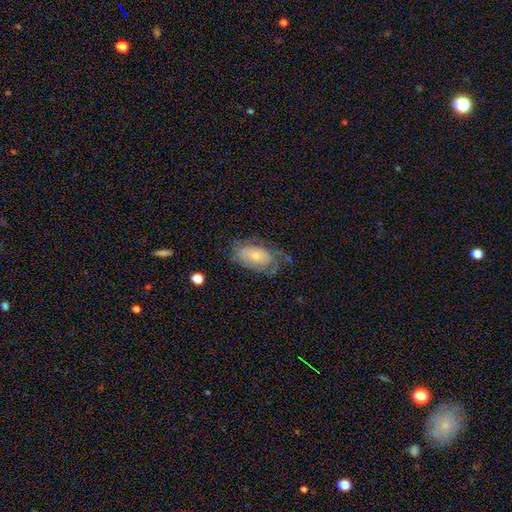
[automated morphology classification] This appears to be a featured or disk galaxy (57%) with no bar (79%), spiral arms (70%) and a small central bulge (55%). Merging: none (54%).